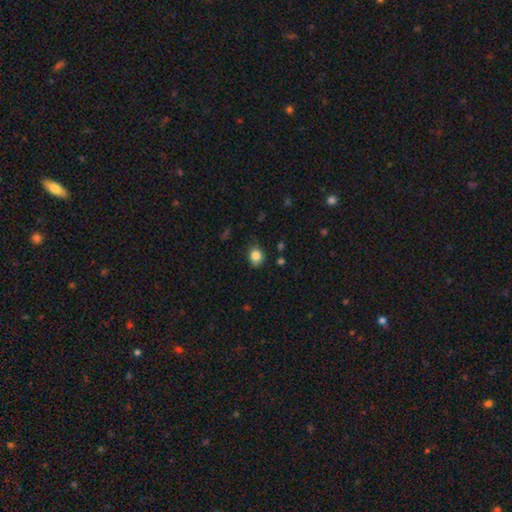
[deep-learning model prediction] smooth_or_featured: smooth (p=0.85) [alt: star or artifact p=0.10]
how_rounded: round (p=0.56) [alt: in between p=0.43]
merging: none (p=0.77) [alt: minor disturbance p=0.18]